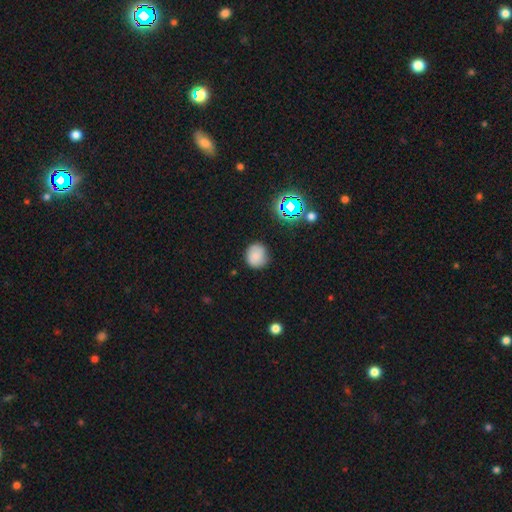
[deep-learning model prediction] This appears to be a smooth galaxy with no disk features (78%) that is round (85%). Merging: none (83%).